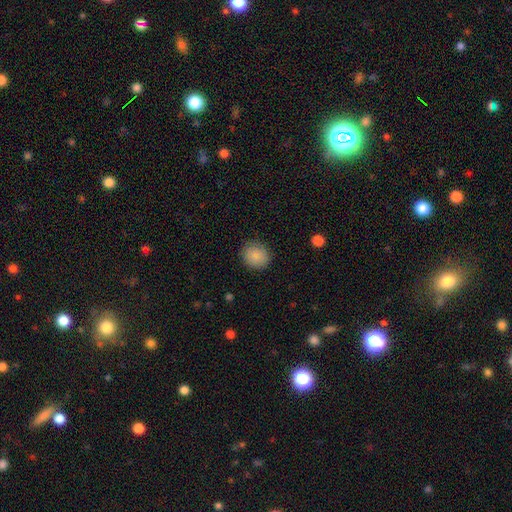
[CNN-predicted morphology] Smooth or featured? Predicted: smooth (p=0.88). How rounded? Predicted: round (p=0.78). Merging? Predicted: none (p=0.86).